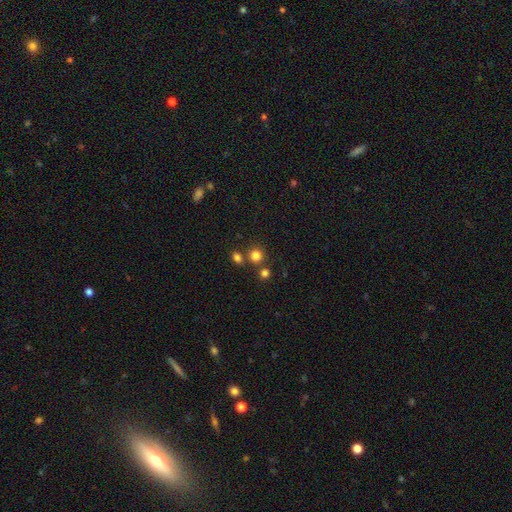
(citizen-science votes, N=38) Q: Smooth or featured?
A: smooth (84%); runner-up: featured or disk (11%)
Q: How rounded?
A: round (97%); runner-up: in between (3%)
Q: Merging?
A: none (69%); runner-up: minor disturbance (17%)